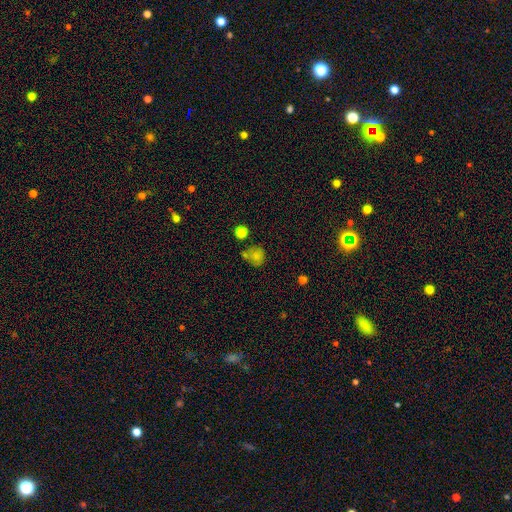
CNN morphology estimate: This is likely a smooth galaxy (76%). How rounded: clearly round (81%). Merging: possibly none (55%).